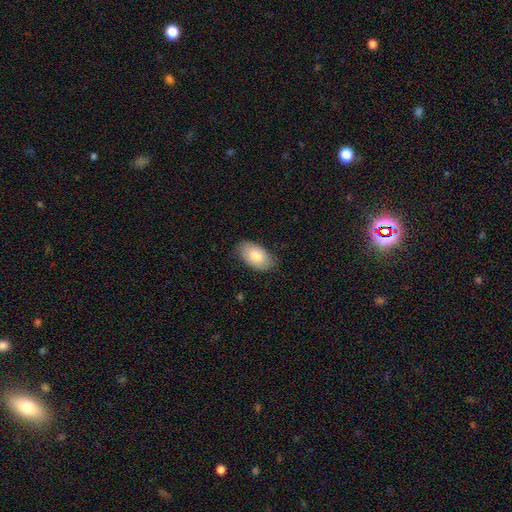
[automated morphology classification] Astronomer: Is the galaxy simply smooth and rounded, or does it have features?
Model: smooth — 81%.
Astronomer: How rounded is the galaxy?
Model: in between — 95%.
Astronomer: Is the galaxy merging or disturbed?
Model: none — 81%.